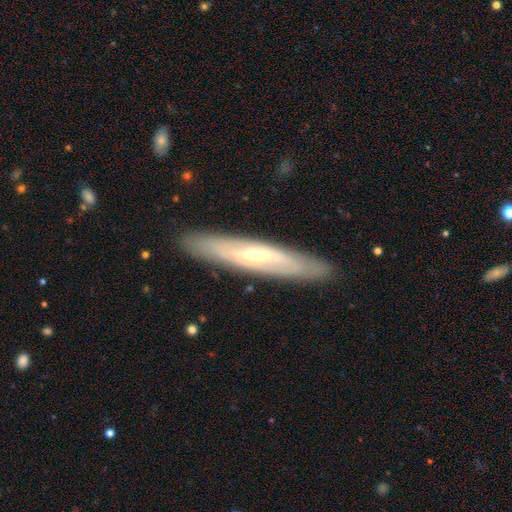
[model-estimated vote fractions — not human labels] Smooth or featured? featured or disk (67%)
Edge-on disk? yes (61%)
Merging? none (89%)